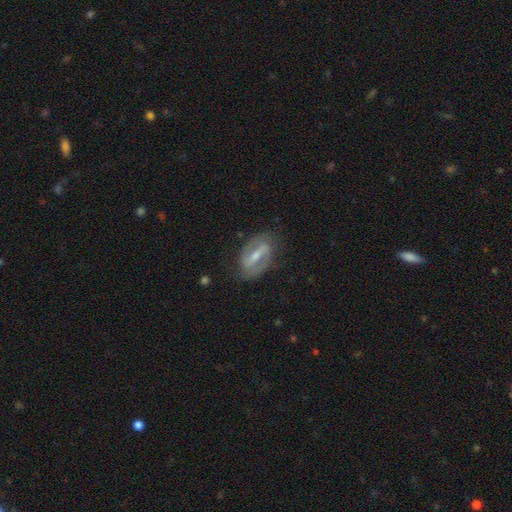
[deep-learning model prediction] Morphology: type=featured or disk (82%); edge-on=no (93%); bar=strong (68%); spiral arms=yes (84%); winding=medium (46%); arm count=2 (87%); bulge=small (49%); merging=none (79%).